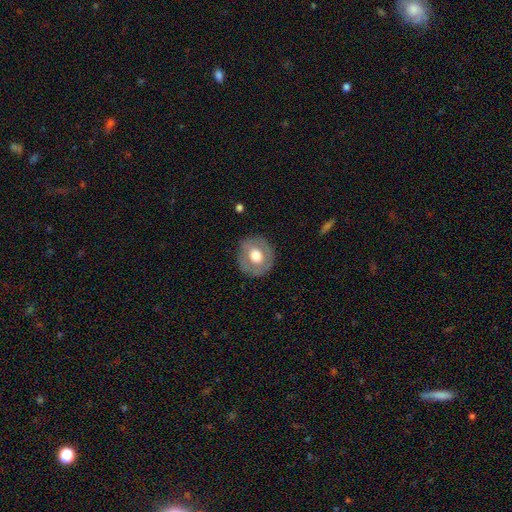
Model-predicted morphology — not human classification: Smooth or featured?
  - smooth: 56% *
  - featured or disk: 37%
  - star or artifact: 7%
How rounded?
  - round: 82% *
  - in between: 17%
  - cigar-shaped: 1%
Merging?
  - none: 83% *
  - minor disturbance: 12%
  - major disturbance: 4%
  - merger: 1%